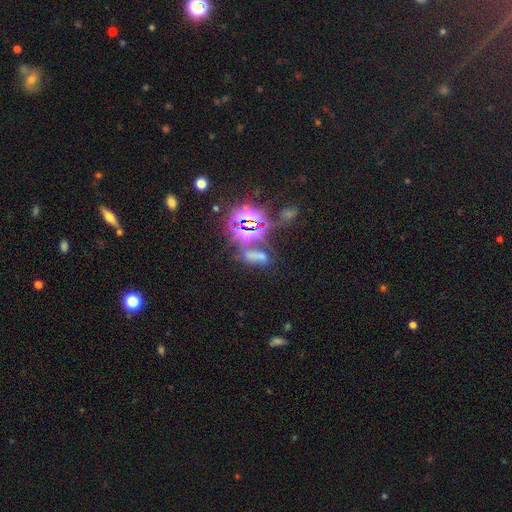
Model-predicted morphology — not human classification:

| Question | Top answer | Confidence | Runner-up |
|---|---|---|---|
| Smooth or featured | star or artifact | 56% | smooth (30%) |